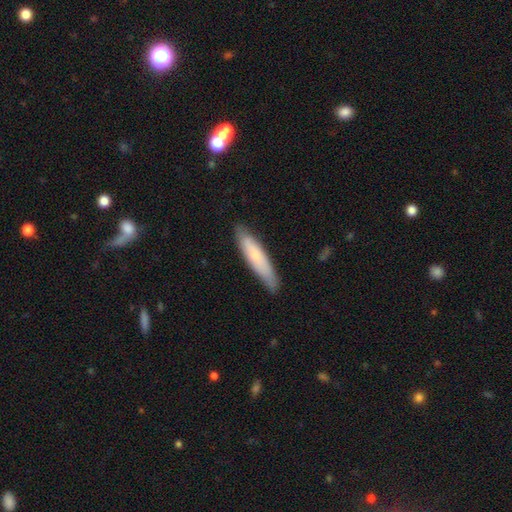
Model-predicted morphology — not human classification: Overall: smooth (66%; featured or disk 28%). How rounded: cigar-shaped (81%). Merging: none (82%).